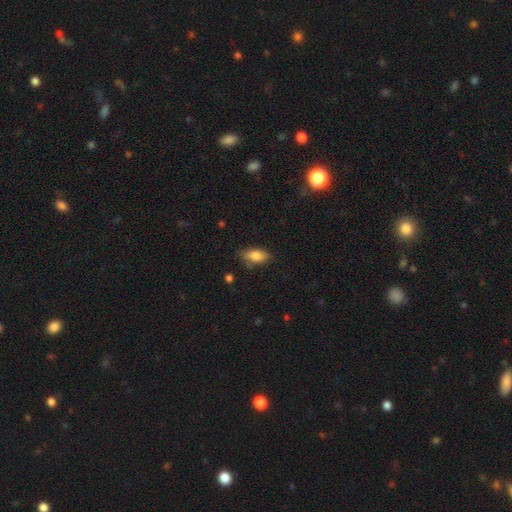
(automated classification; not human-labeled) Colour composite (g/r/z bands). It shows a smooth galaxy with no disk features (82%) that is in between round and cigar-shaped (88%). Merging: none (71%).